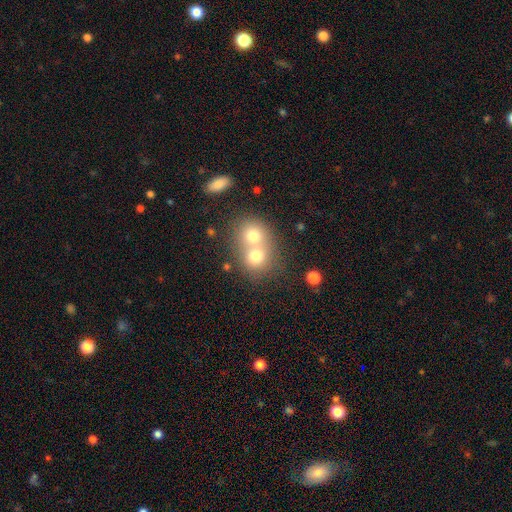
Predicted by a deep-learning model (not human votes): The model was most divided on "merging": merger: 67%, none: 26%, minor disturbance: 5%, major disturbance: 3%. More confident: how rounded — round (73%); smooth or featured — smooth (71%).